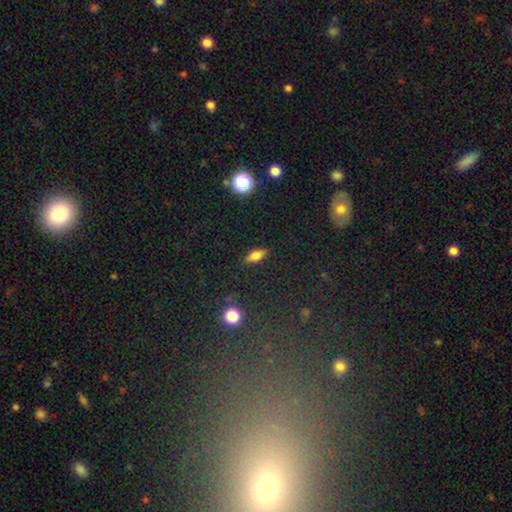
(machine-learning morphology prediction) Smooth or featured: smooth — 67% (featured or disk — 22%)
How rounded: in between — 68% (cigar-shaped — 26%)
Merging: none — 87% (minor disturbance — 9%)